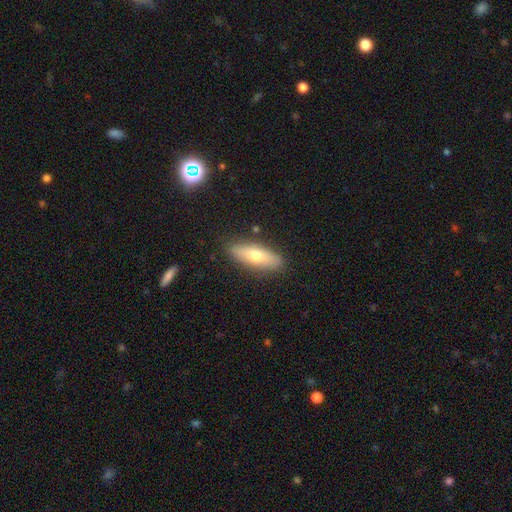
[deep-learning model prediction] This is likely a smooth galaxy (61%). How rounded: likely in between (61%). Merging: clearly none (86%).